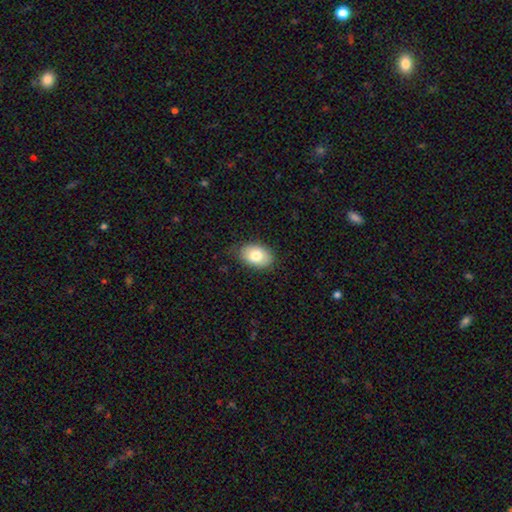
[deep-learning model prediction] Smooth or featured? Predicted: smooth (p=0.80). How rounded? Predicted: in between (p=0.86). Merging? Predicted: none (p=0.79).